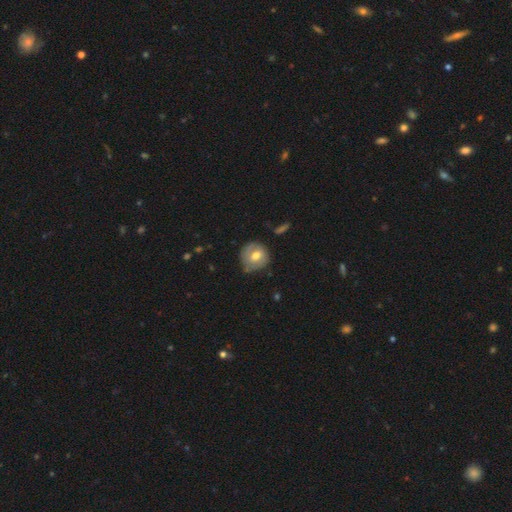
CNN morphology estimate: The model was most divided on "smooth or featured": smooth: 59%, featured or disk: 34%, star or artifact: 7%. More confident: how rounded — round (85%); merging — none (72%).